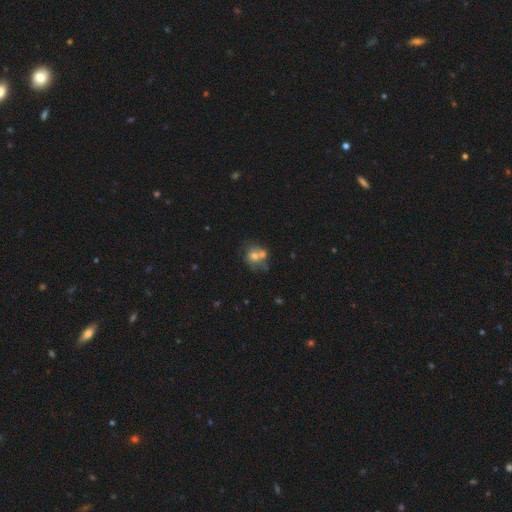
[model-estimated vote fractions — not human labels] Smooth or featured: smooth — 61% (featured or disk — 27%)
How rounded: round — 73% (in between — 26%)
Merging: merger — 48% (none — 35%)